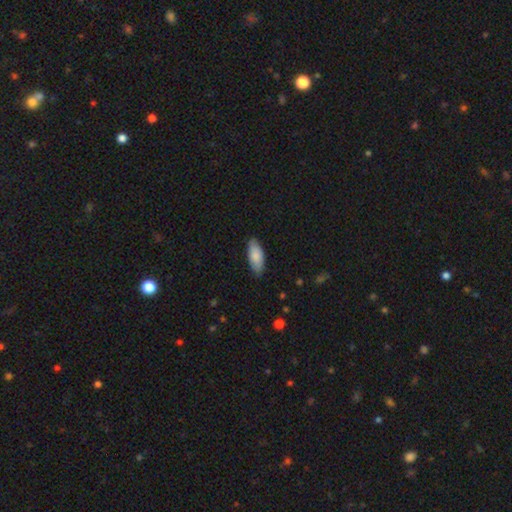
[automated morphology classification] Overall: smooth (85%). How rounded: in between (83%). Merging: none (84%).